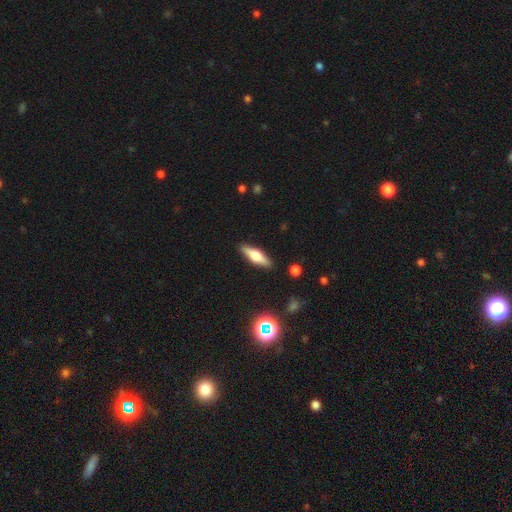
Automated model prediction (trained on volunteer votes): Morphology: type=featured or disk (46%, tied with smooth); merging=none (89%).